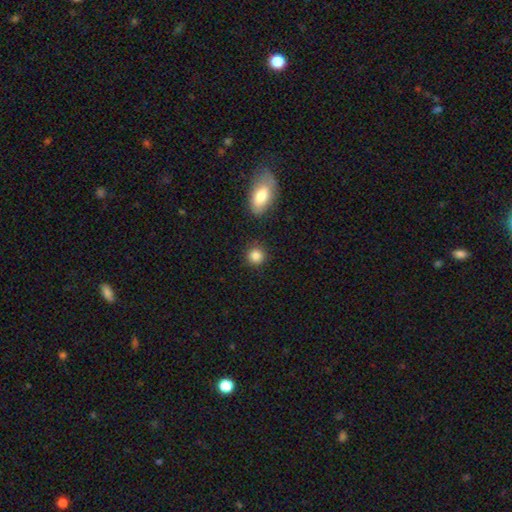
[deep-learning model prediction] smooth_or_featured: smooth (p=0.86) [alt: star or artifact p=0.09]
how_rounded: round (p=0.89) [alt: in between p=0.10]
merging: none (p=0.87) [alt: minor disturbance p=0.08]